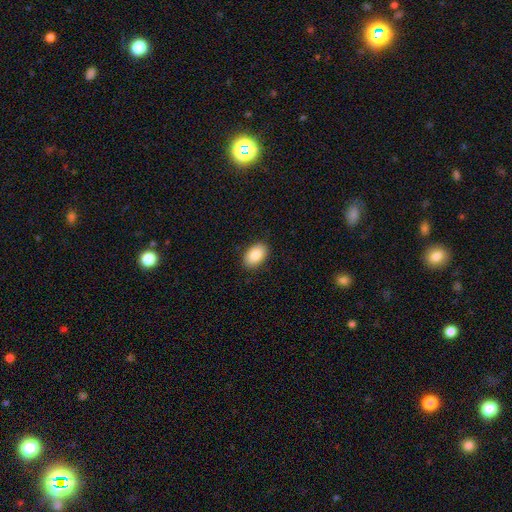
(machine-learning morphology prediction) smooth 89%, star or artifact 7%, featured or disk 5%. Down the decision tree: how rounded — in between (92%); merging — none (89%).